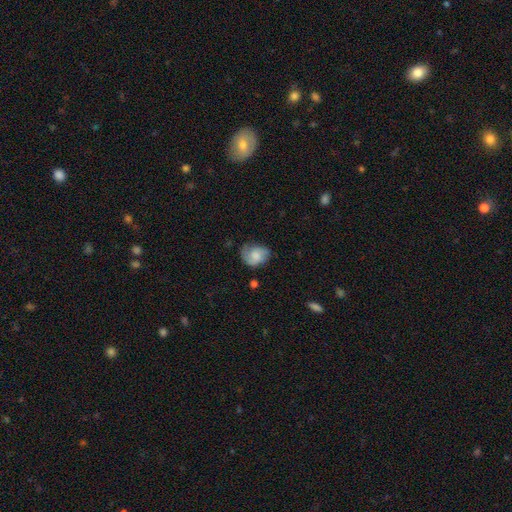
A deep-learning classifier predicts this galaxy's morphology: The model was most divided on "how rounded": in between: 54%, round: 45%, cigar-shaped: 1%. More confident: merging — none (56%); smooth or featured — smooth (55%).